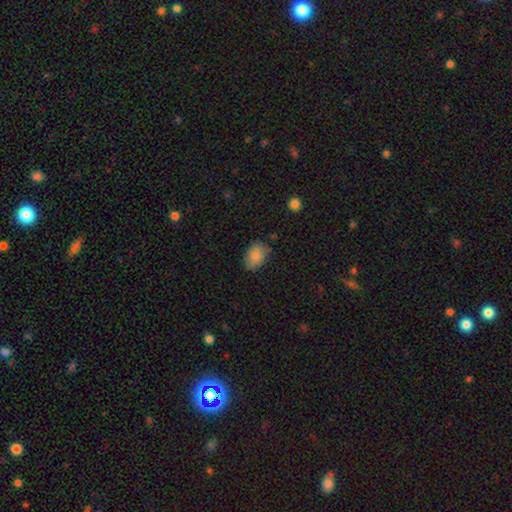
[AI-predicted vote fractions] Morphology: type=smooth (87%); roundness=in between (83%); merging=none (74%).